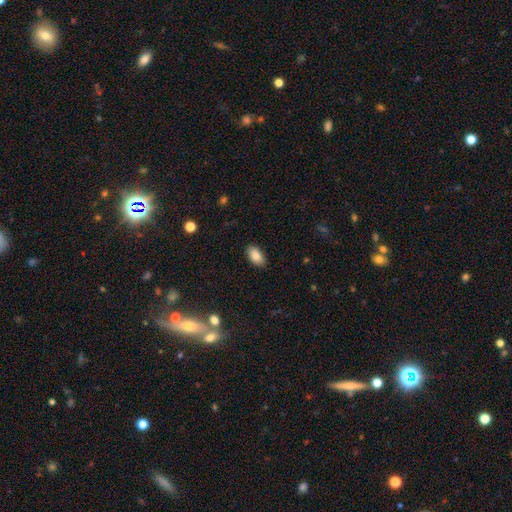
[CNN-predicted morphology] Smooth or featured: smooth — 86% (star or artifact — 8%)
How rounded: in between — 94% (round — 4%)
Merging: none — 86% (minor disturbance — 11%)